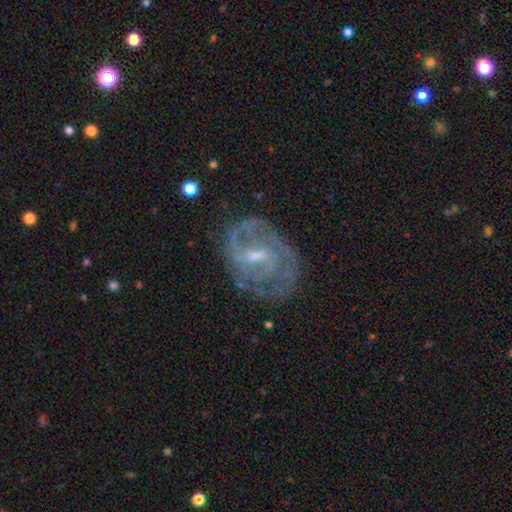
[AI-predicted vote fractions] Smooth or featured? Predicted: featured or disk (p=0.82). Edge-on disk? Predicted: no (p=0.97). Bar? Predicted: weak (p=0.57). Spiral arms? Predicted: yes (p=0.91). Spiral winding? Predicted: tight (p=0.48). Spiral arm count? Predicted: 2 (p=0.44). Bulge size? Predicted: small (p=0.52). Merging? Predicted: none (p=0.70).